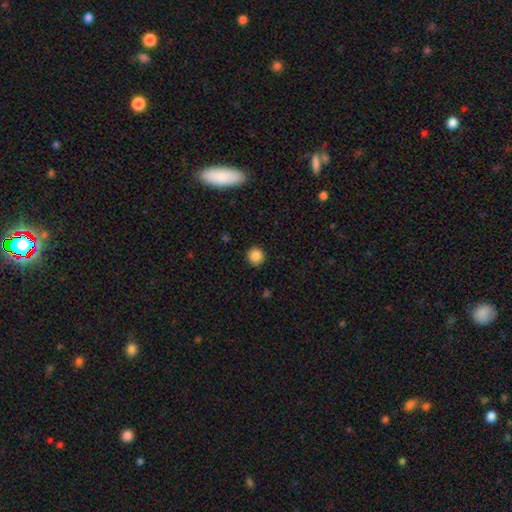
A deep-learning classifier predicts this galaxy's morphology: Smooth or featured? smooth (87%)
How rounded? round (94%)
Merging? none (92%)